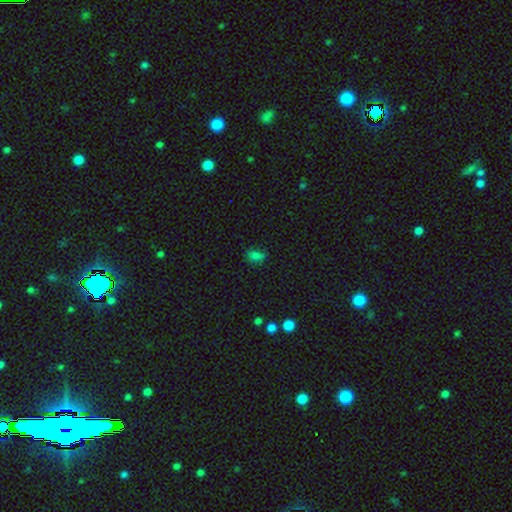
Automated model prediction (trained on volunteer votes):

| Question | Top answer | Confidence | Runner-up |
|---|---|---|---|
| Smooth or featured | smooth | 70% | star or artifact (23%) |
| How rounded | in between | 70% | round (26%) |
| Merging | none | 68% | minor disturbance (23%) |